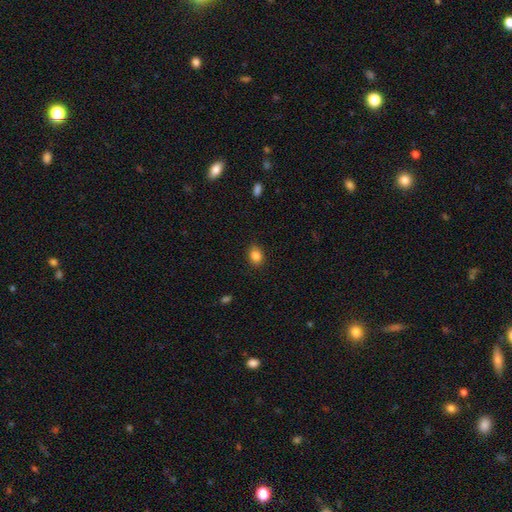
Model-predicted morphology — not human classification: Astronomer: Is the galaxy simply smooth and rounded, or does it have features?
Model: smooth — 86%.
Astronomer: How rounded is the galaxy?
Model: in between — 58% (runner-up: round, 41%).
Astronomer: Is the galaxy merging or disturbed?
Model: none — 86%.